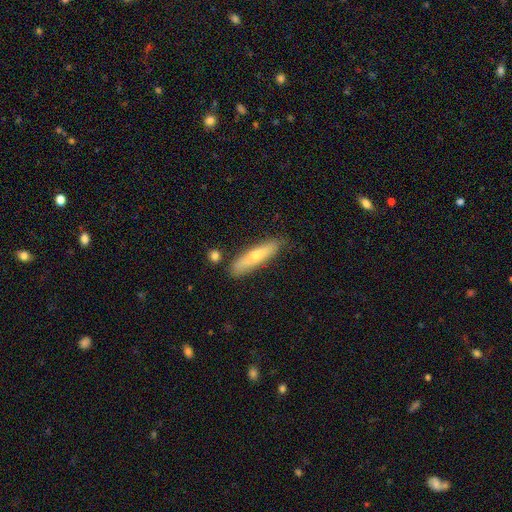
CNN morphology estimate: type=smooth (57%); roundness=cigar-shaped (77%); merging=none (77%).